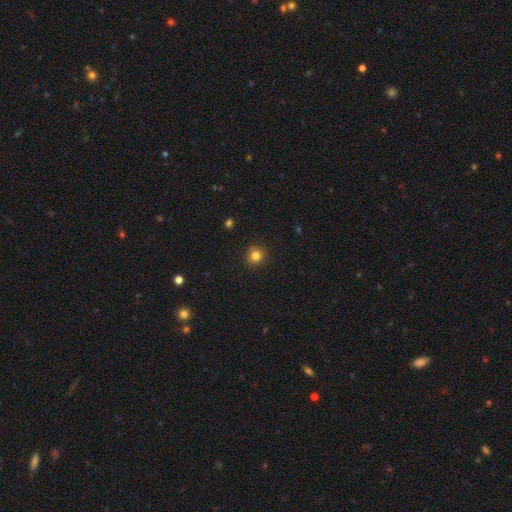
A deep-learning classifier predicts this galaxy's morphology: This appears to be a smooth galaxy with no disk features (82%) that is round (92%). Merging: none (89%).